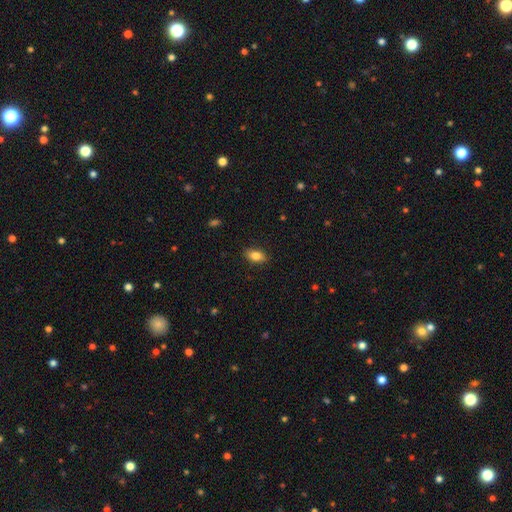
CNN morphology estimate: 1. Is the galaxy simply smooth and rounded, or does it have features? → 84% smooth, 9% featured or disk, 8% star or artifact.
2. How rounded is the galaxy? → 89% in between, 6% round, 5% cigar-shaped.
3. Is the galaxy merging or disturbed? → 87% none, 10% minor disturbance, 2% major disturbance, 1% merger.